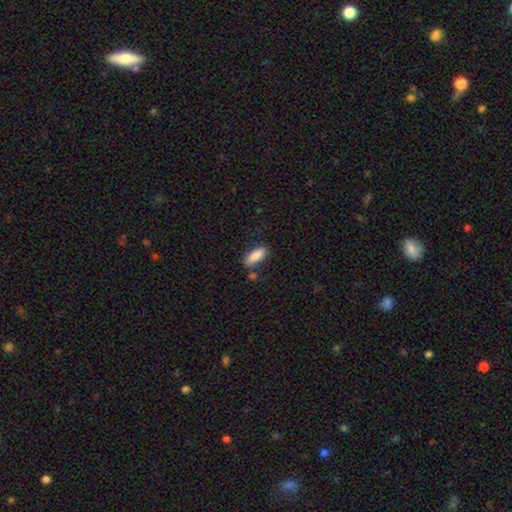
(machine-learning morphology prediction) This is clearly a smooth galaxy (86%). How rounded: likely in between (73%). Merging: likely none (75%).